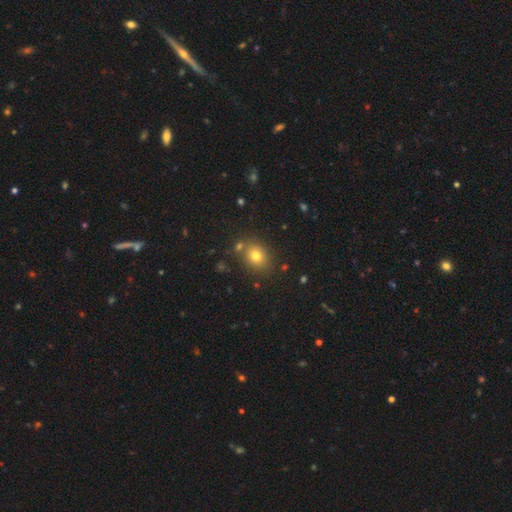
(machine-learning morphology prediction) This is likely a smooth galaxy (76%). How rounded: possibly round (55%). Merging: likely none (79%).